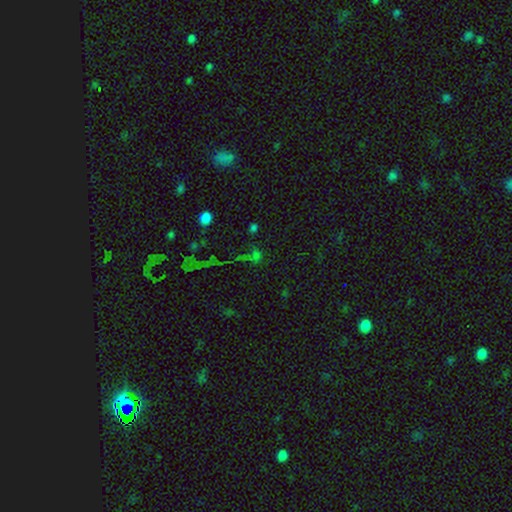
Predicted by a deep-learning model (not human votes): Smooth or featured?
  - star or artifact: 65% *
  - smooth: 23%
  - featured or disk: 12%